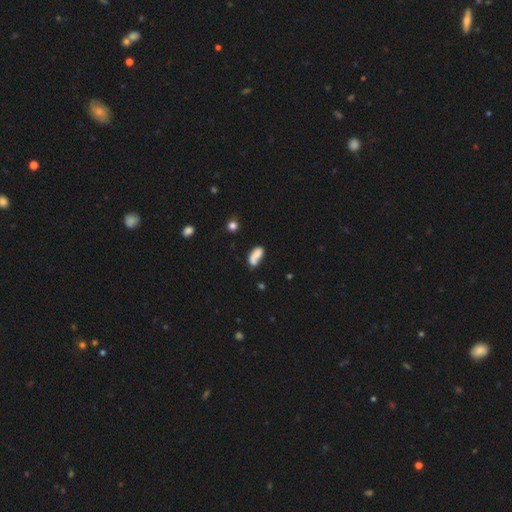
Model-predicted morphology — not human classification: smooth_or_featured: smooth (p=0.73) [alt: featured or disk p=0.18]
how_rounded: in between (p=0.84) [alt: cigar-shaped p=0.11]
merging: none (p=0.41) [alt: merger p=0.24]